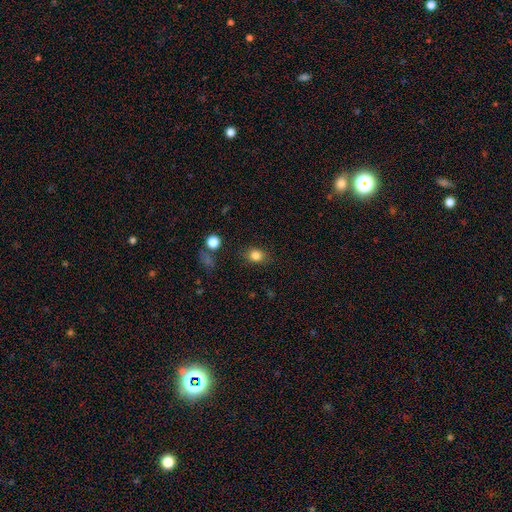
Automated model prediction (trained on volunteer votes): Smooth or featured: smooth — 83% (star or artifact — 11%)
How rounded: round — 56% (in between — 43%)
Merging: none — 82% (minor disturbance — 12%)